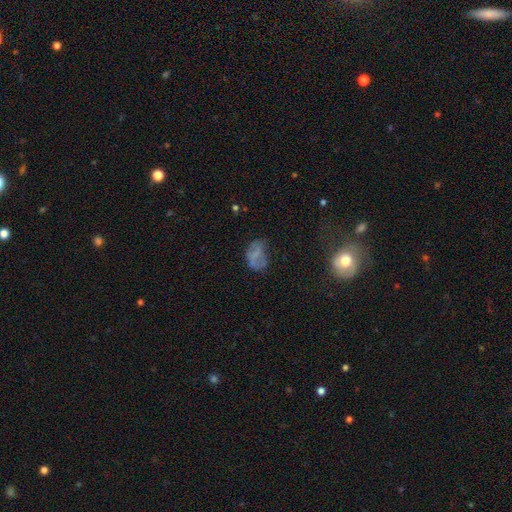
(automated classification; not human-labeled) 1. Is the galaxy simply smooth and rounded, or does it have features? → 56% smooth, 28% featured or disk, 17% star or artifact.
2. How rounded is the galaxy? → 78% in between, 20% round, 2% cigar-shaped.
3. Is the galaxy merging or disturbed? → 42% none, 30% minor disturbance, 24% major disturbance, 4% merger.